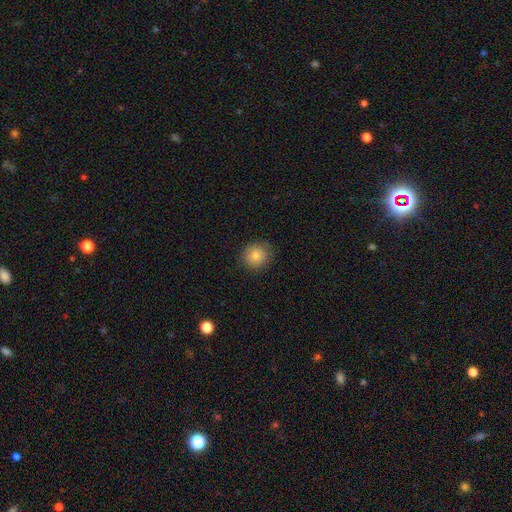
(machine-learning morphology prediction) Overall: smooth (80%). How rounded: round (91%). Merging: none (88%).